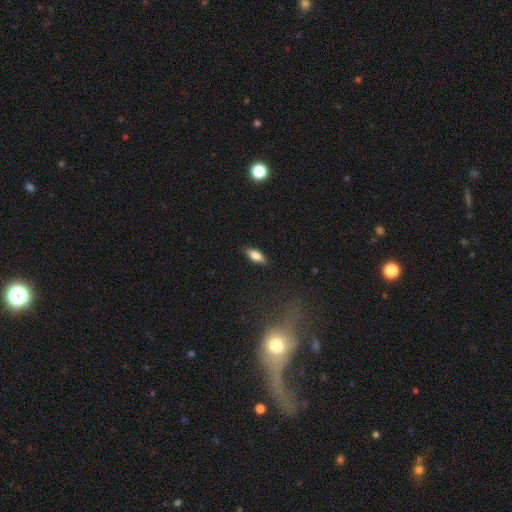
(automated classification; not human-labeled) Morphology: type=smooth (75%); roundness=in between (75%); merging=none (88%).